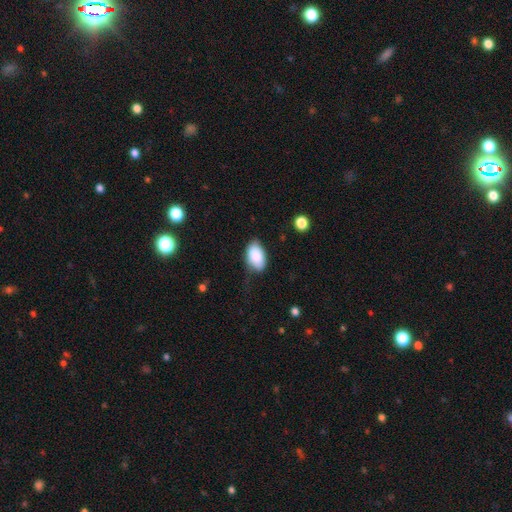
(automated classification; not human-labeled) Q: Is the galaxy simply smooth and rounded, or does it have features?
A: smooth — 88%.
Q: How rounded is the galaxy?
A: in between — 93%.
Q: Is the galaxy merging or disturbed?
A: none — 64%.